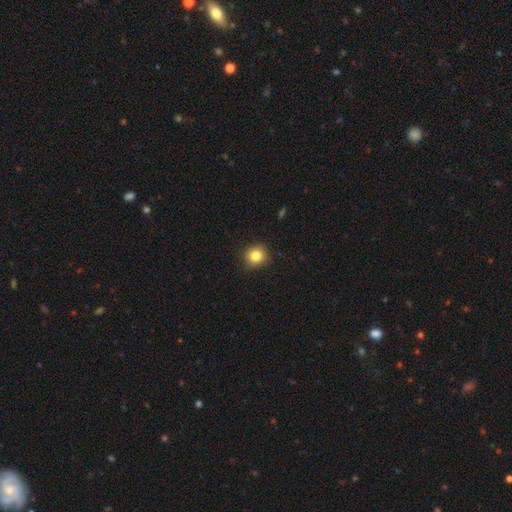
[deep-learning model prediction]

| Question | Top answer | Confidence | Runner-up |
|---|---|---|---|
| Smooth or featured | smooth | 83% | star or artifact (11%) |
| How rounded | round | 90% | in between (9%) |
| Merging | none | 90% | minor disturbance (7%) |